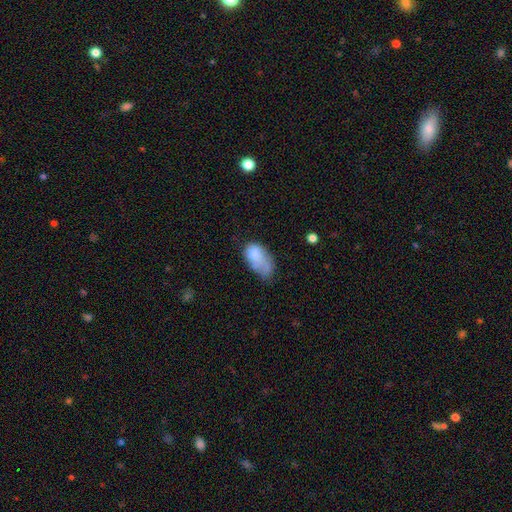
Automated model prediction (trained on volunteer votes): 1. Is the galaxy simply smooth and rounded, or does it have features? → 72% smooth, 19% featured or disk, 9% star or artifact.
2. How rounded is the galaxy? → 92% in between, 5% round, 2% cigar-shaped.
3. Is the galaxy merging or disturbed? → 33% minor disturbance, 29% major disturbance, 26% none, 12% merger.